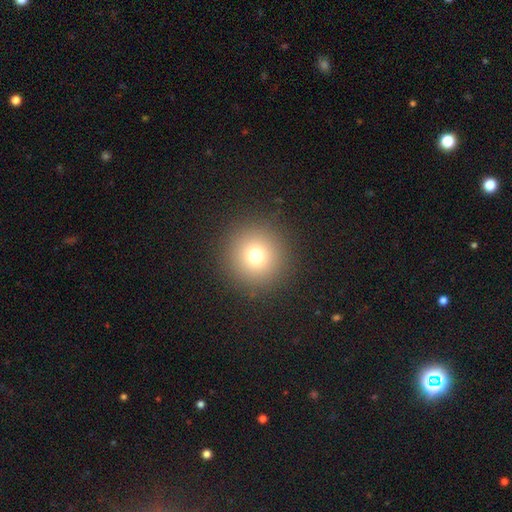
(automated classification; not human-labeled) Smooth or featured: smooth — 73% (star or artifact — 17%)
How rounded: round — 96% (in between — 3%)
Merging: none — 91% (minor disturbance — 5%)